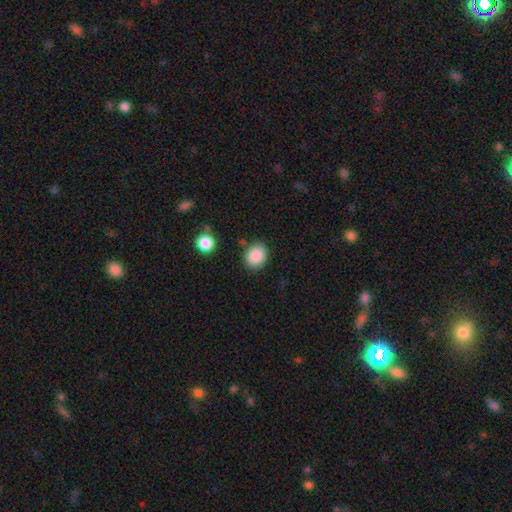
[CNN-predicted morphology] smooth 88%, star or artifact 9%, featured or disk 4%. Down the decision tree: how rounded — round (67%); merging — none (83%).